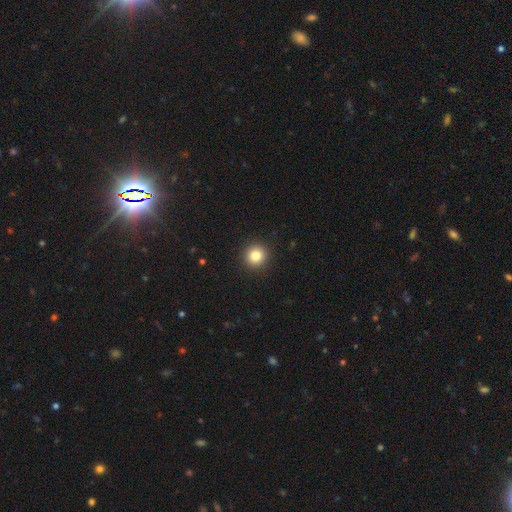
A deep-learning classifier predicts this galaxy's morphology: Q: Smooth or featured?
A: smooth (83%); runner-up: star or artifact (11%)
Q: How rounded?
A: round (93%); runner-up: in between (6%)
Q: Merging?
A: none (93%); runner-up: minor disturbance (5%)